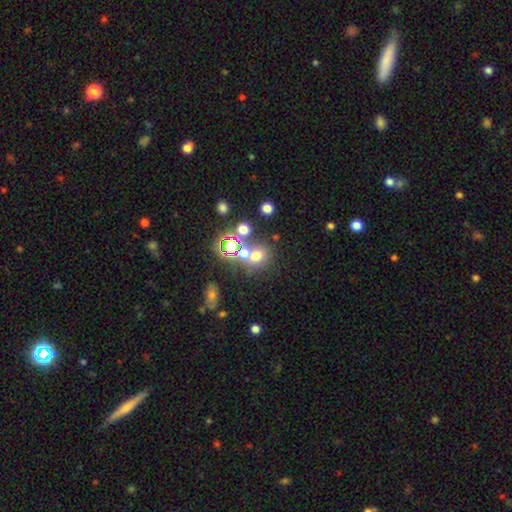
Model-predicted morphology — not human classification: A smooth galaxy with no disk features (56%) that is round (71%).

Vote fractions:
- Smooth or featured? smooth: 56% / star or artifact: 33% / featured or disk: 11%
- How rounded? round: 71% / in between: 27% / cigar-shaped: 1%
- Merging? none: 57% / merger: 28% / minor disturbance: 10% / major disturbance: 5%